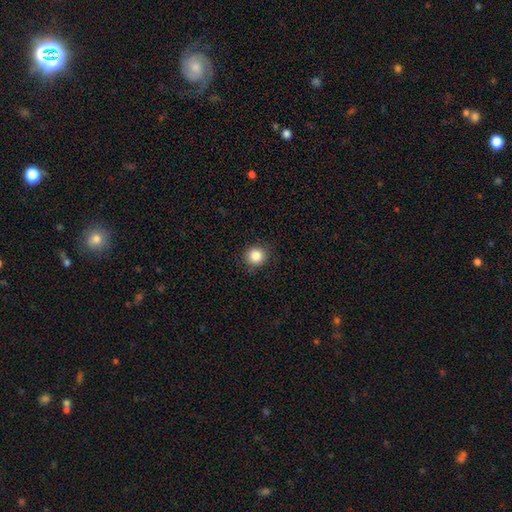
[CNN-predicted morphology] Overall: smooth (85%). How rounded: round (90%). Merging: none (89%).